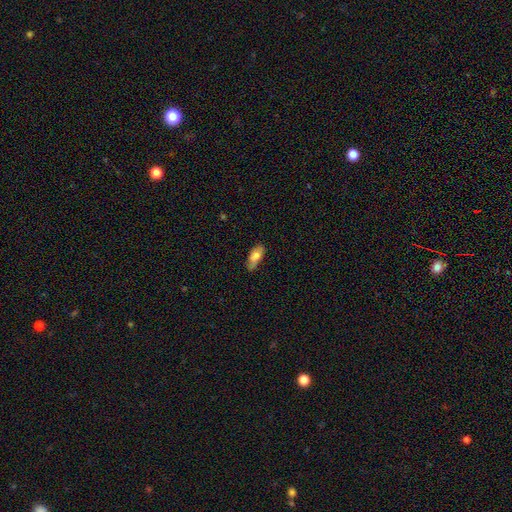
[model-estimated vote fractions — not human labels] smooth 71%, featured or disk 22%, star or artifact 7%. Down the decision tree: how rounded — in between (79%); merging — none (62%).